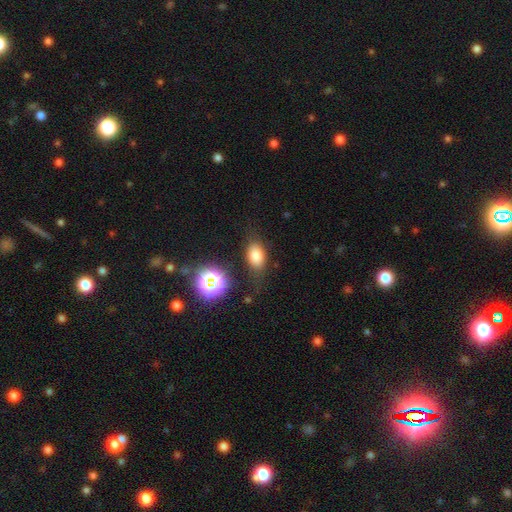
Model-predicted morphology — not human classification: Q: Smooth or featured?
A: smooth (76%); runner-up: star or artifact (15%)
Q: How rounded?
A: in between (85%); runner-up: round (13%)
Q: Merging?
A: none (73%); runner-up: minor disturbance (17%)